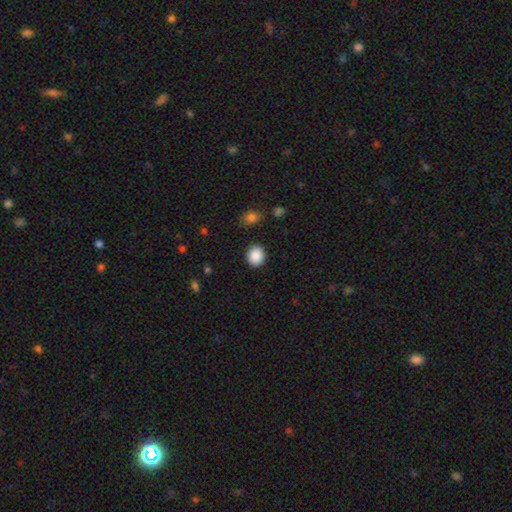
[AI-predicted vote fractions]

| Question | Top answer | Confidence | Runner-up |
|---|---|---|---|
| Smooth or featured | smooth | 88% | star or artifact (8%) |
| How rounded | round | 71% | in between (28%) |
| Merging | none | 90% | minor disturbance (7%) |